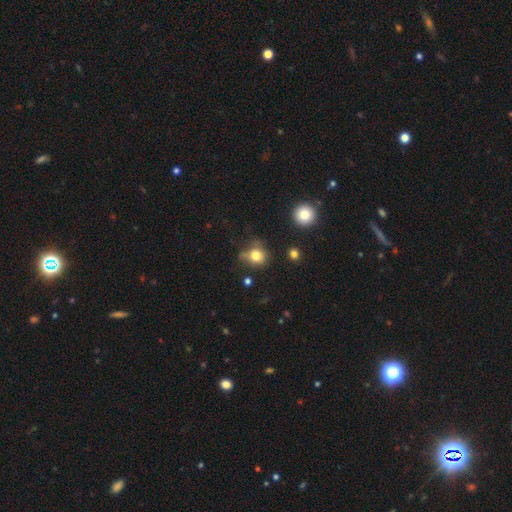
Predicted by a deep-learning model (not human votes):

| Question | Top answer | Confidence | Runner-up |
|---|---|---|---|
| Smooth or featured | smooth | 77% | star or artifact (12%) |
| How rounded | round | 69% | in between (29%) |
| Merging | none | 52% | minor disturbance (30%) |